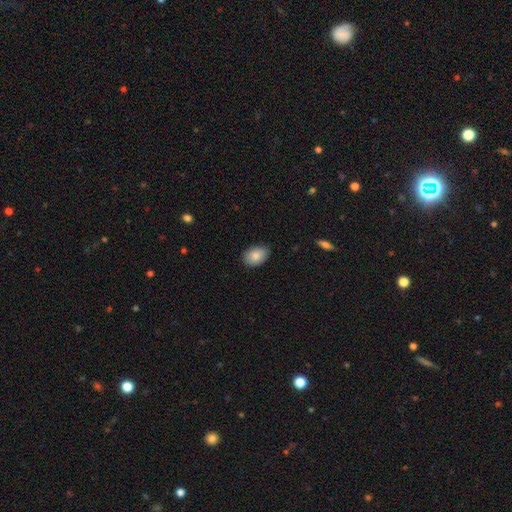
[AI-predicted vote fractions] Overall: smooth (85%). How rounded: in between (87%). Merging: none (84%).